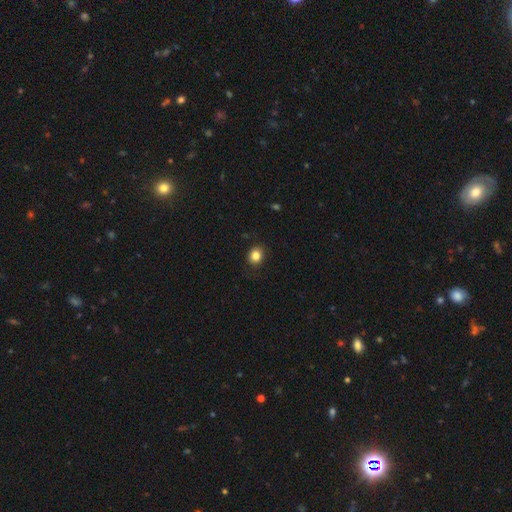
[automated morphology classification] Smooth or featured? Predicted: smooth (p=0.84). How rounded? Predicted: round (p=0.69). Merging? Predicted: none (p=0.87).